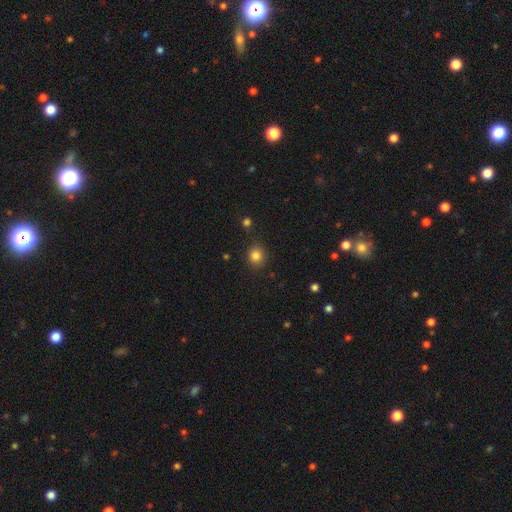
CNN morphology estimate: Q: Smooth or featured?
A: smooth (84%); runner-up: star or artifact (12%)
Q: How rounded?
A: round (84%); runner-up: in between (15%)
Q: Merging?
A: none (85%); runner-up: minor disturbance (9%)